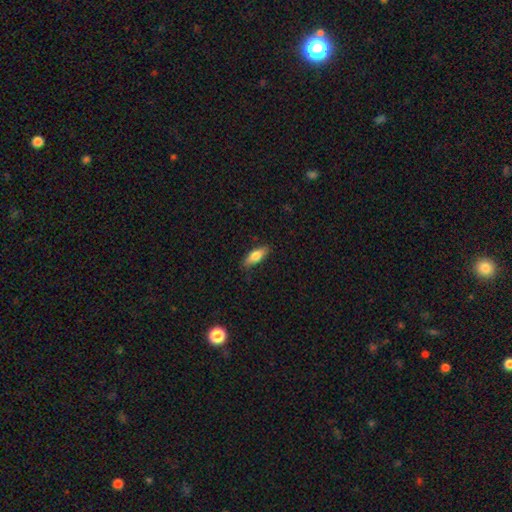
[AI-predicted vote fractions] Overall: smooth (76%). How rounded: in between (69%). Merging: none (82%).